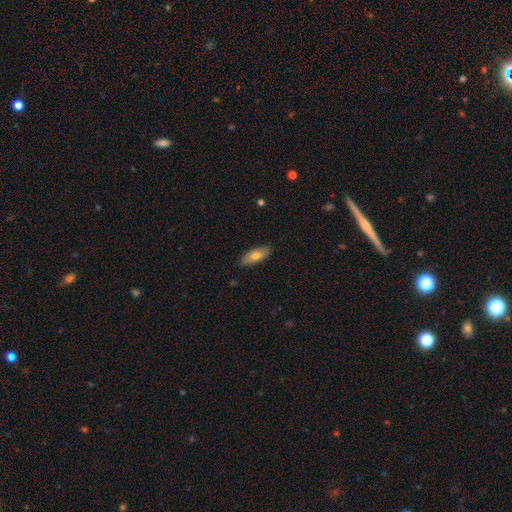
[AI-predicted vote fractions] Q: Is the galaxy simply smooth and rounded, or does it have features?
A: smooth — 70%.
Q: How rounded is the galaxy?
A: in between — 79%.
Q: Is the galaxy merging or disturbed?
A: none — 85%.